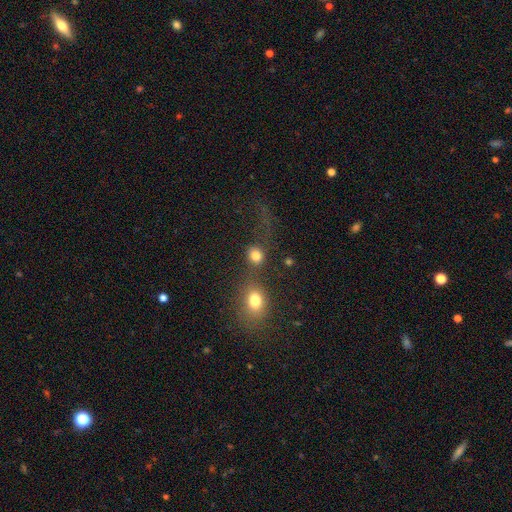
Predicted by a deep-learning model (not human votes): Smooth or featured? Predicted: smooth (p=0.79). How rounded? Predicted: round (p=0.79). Merging? Predicted: none (p=0.48).